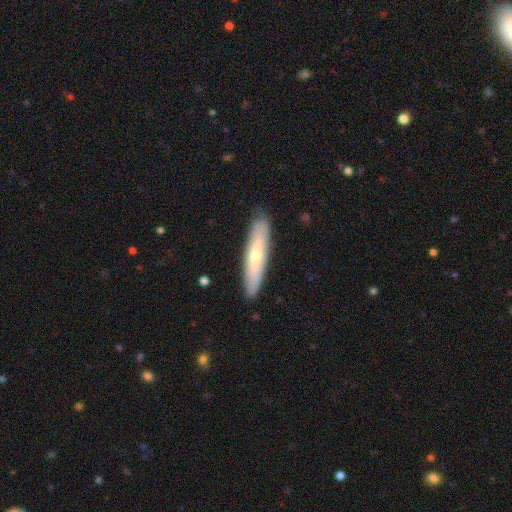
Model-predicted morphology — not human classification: Smooth or featured? Predicted: smooth (p=0.52). How rounded? Predicted: cigar-shaped (p=0.82). Merging? Predicted: none (p=0.87).